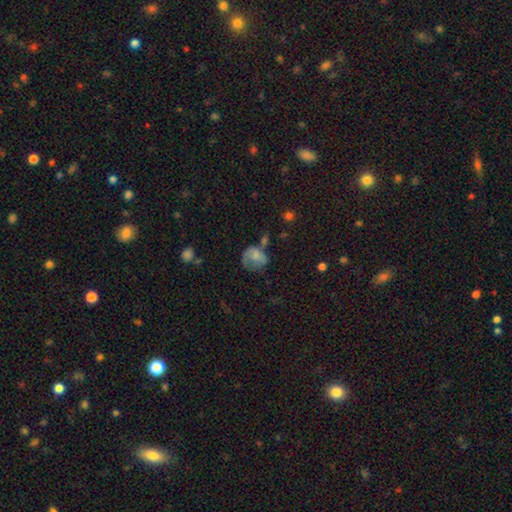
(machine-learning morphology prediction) A smooth galaxy with no disk features (60%) that is round (62%).

Vote fractions:
- Smooth or featured? smooth: 60% / featured or disk: 30% / star or artifact: 10%
- How rounded? round: 62% / in between: 37% / cigar-shaped: 1%
- Merging? none: 34% / major disturbance: 29% / minor disturbance: 27% / merger: 10%